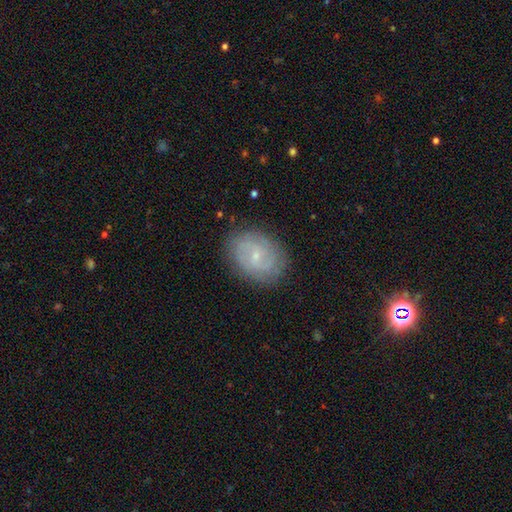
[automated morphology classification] Overall: featured or disk (67%). Edge-on disk: no (97%). Bar: weak (47%; no 44%). Spiral arms: yes (88%). Spiral arm count: 2 (54%; can't tell 28%). Spiral winding: tight (51%; medium 37%). Bulge size: small (76%). Merging: none (83%).